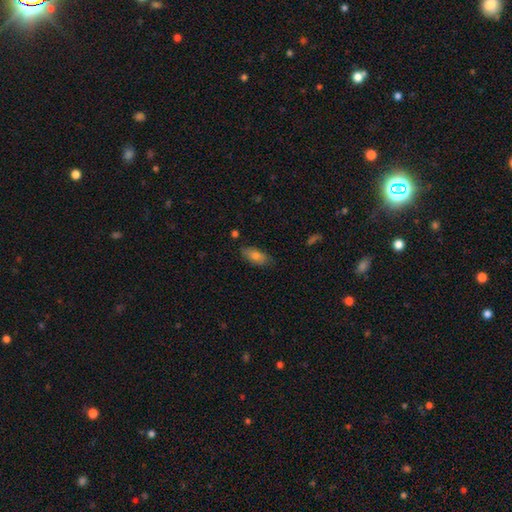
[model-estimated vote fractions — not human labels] This is likely a smooth galaxy (75%). How rounded: clearly in between (82%). Merging: clearly none (80%).